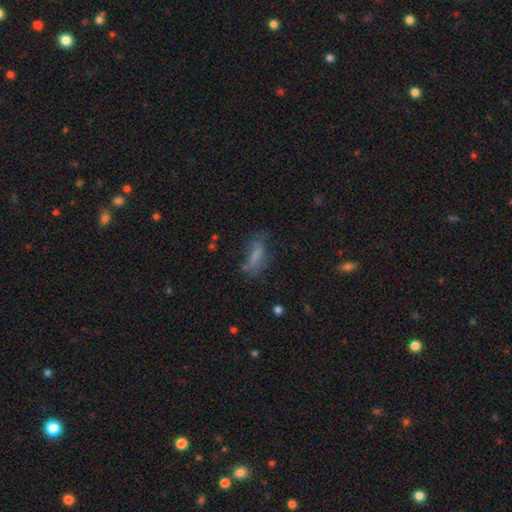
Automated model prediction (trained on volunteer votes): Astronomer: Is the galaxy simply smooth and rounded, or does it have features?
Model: smooth — 61%.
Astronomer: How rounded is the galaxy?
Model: in between — 66%.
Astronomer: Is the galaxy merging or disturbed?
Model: none — 50% (runner-up: minor disturbance, 27%).